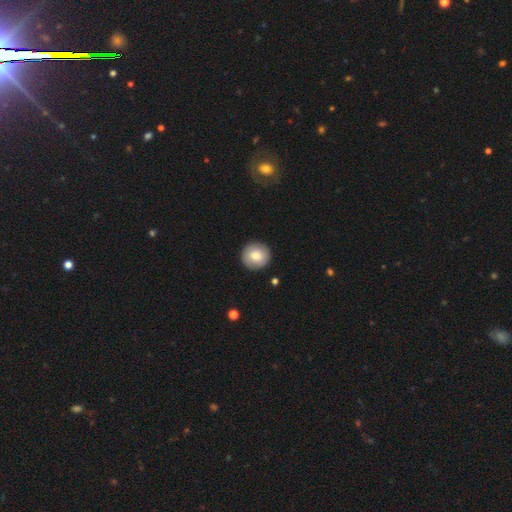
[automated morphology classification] Smooth or featured? smooth (80%)
How rounded? round (95%)
Merging? none (91%)